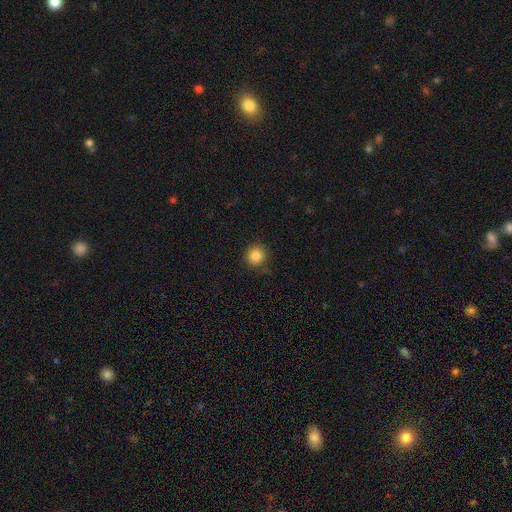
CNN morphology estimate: smooth 85%, star or artifact 11%, featured or disk 4%. Down the decision tree: how rounded — round (93%); merging — none (85%).